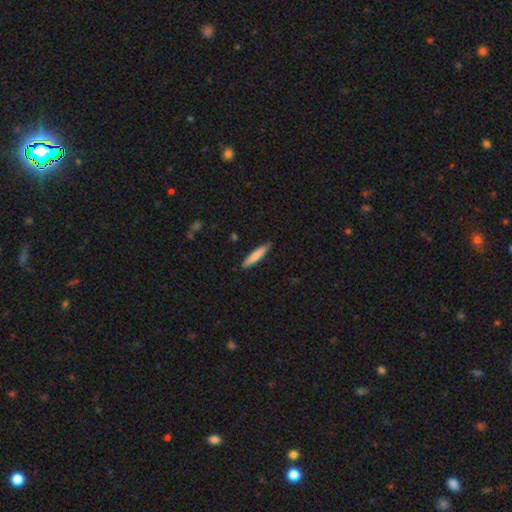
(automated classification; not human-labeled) smooth_or_featured: smooth (p=0.79) [alt: featured or disk p=0.15]
how_rounded: cigar-shaped (p=0.89) [alt: in between p=0.10]
merging: none (p=0.89) [alt: minor disturbance p=0.09]